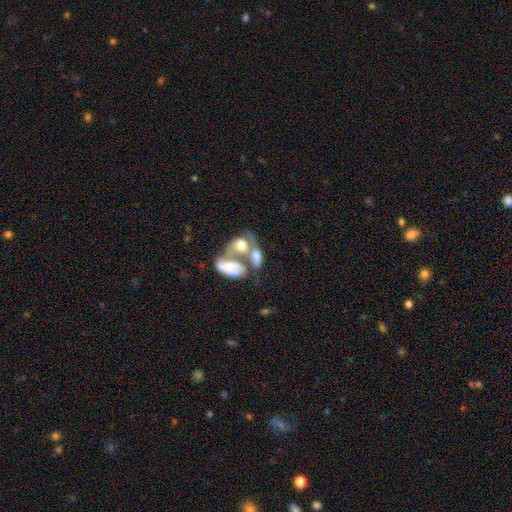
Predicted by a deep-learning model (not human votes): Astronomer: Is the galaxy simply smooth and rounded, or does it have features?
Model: featured or disk — 49% (runner-up: smooth, 42%).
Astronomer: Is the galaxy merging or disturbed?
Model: merger — 72%.